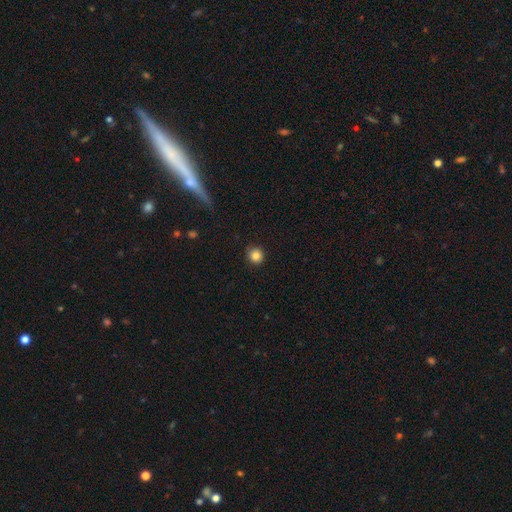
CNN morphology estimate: A smooth galaxy with no disk features (84%) that is round (93%).

Vote fractions:
- Smooth or featured? smooth: 84% / star or artifact: 11% / featured or disk: 5%
- How rounded? round: 93% / in between: 6% / cigar-shaped: 1%
- Merging? none: 90% / minor disturbance: 7% / major disturbance: 2% / merger: 1%